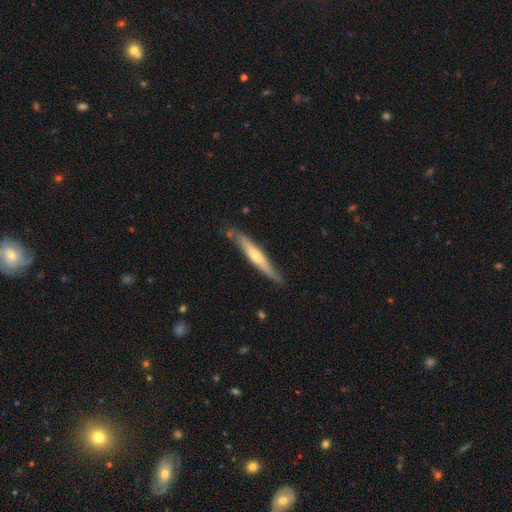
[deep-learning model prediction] The model was most divided on "smooth or featured": featured or disk: 54%, smooth: 41%, star or artifact: 5%. More confident: edge-on disk — yes (91%); merging — none (81%).